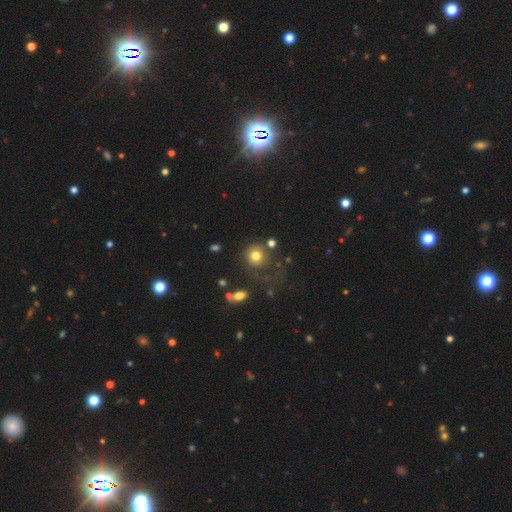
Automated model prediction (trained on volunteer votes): smooth 76%, star or artifact 13%, featured or disk 11%. Down the decision tree: how rounded — round (86%); merging — none (61%).